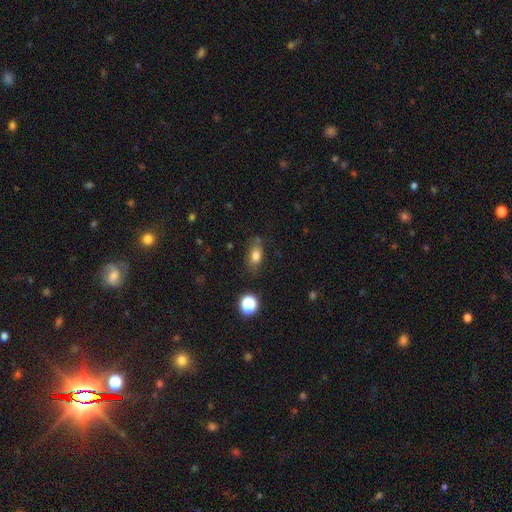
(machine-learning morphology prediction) The model was most divided on "merging": none: 70%, minor disturbance: 19%, merger: 6%, major disturbance: 5%. More confident: how rounded — in between (79%); smooth or featured — smooth (78%).